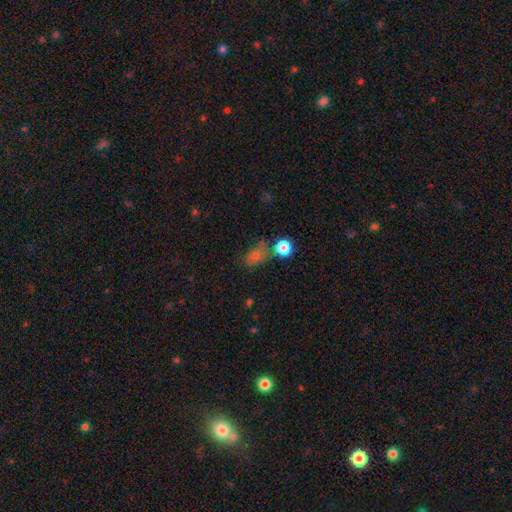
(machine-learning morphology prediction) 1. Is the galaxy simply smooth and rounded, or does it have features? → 70% smooth, 19% star or artifact, 11% featured or disk.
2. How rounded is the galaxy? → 63% in between, 34% round, 3% cigar-shaped.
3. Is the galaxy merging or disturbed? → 57% none, 18% minor disturbance, 17% merger, 8% major disturbance.